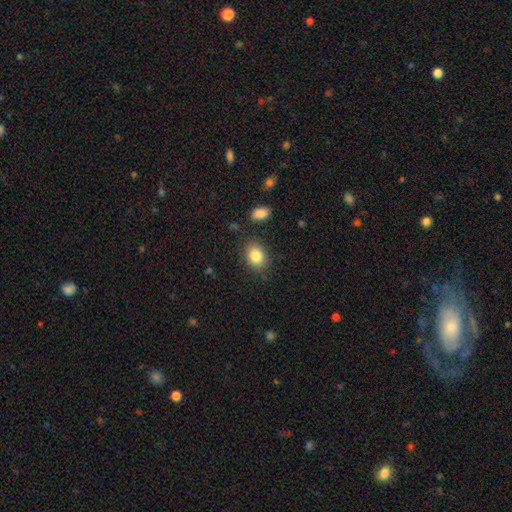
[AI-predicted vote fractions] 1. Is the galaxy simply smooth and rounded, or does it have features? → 84% smooth, 9% star or artifact, 8% featured or disk.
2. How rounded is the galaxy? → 69% in between, 30% round, 1% cigar-shaped.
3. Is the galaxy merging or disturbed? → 83% none, 11% minor disturbance, 3% major disturbance, 3% merger.